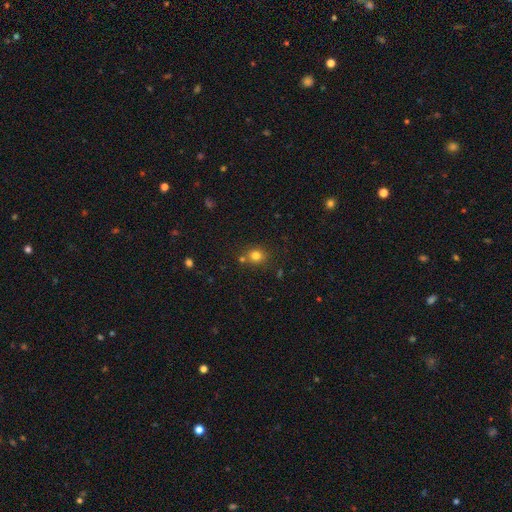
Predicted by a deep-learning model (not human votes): A smooth galaxy with no disk features (78%) that is round (78%).

Vote fractions:
- Smooth or featured? smooth: 78% / star or artifact: 15% / featured or disk: 7%
- How rounded? round: 78% / in between: 21% / cigar-shaped: 1%
- Merging? none: 73% / merger: 14% / minor disturbance: 11% / major disturbance: 3%